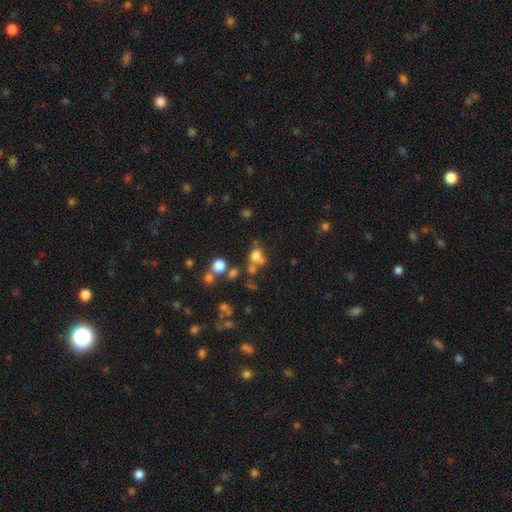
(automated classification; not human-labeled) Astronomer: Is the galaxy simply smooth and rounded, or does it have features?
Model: smooth — 67%.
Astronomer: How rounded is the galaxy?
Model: round — 60% (runner-up: in between, 38%).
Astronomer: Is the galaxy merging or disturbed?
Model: none — 42% (runner-up: merger, 35%).